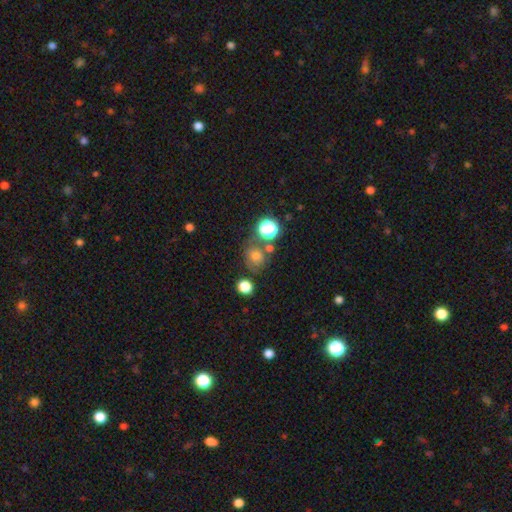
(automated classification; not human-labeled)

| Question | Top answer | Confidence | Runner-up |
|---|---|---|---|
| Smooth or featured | smooth | 64% | star or artifact (25%) |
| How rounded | round | 77% | in between (22%) |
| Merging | none | 67% | merger (15%) |